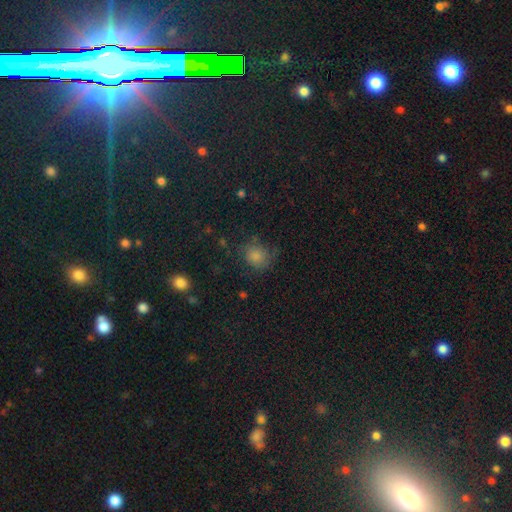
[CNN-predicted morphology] The model was most divided on "smooth or featured": smooth: 67%, star or artifact: 23%, featured or disk: 10%. More confident: how rounded — round (78%); merging — none (70%).